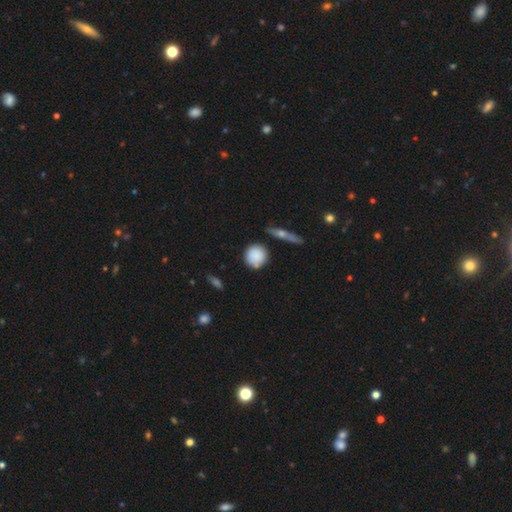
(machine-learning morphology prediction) Smooth or featured?
  - smooth: 84% *
  - featured or disk: 9%
  - star or artifact: 7%
How rounded?
  - round: 90% *
  - in between: 8%
  - cigar-shaped: 2%
Merging?
  - none: 77% *
  - minor disturbance: 14%
  - merger: 5%
  - major disturbance: 3%